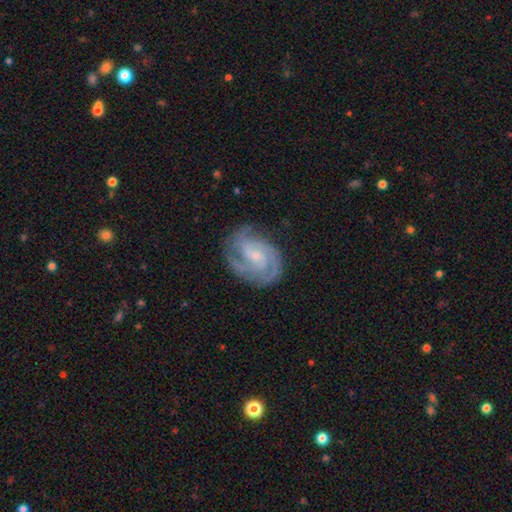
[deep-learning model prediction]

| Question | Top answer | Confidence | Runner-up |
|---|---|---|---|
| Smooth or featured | featured or disk | 88% | smooth (7%) |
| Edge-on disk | no | 98% | yes (2%) |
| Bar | no | 51% | weak (40%) |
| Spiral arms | yes | 98% | no (2%) |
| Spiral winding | tight | 56% | medium (38%) |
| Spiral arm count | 3 | 41% | 2 (30%) |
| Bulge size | small | 70% | moderate (23%) |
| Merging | none | 75% | minor disturbance (18%) |